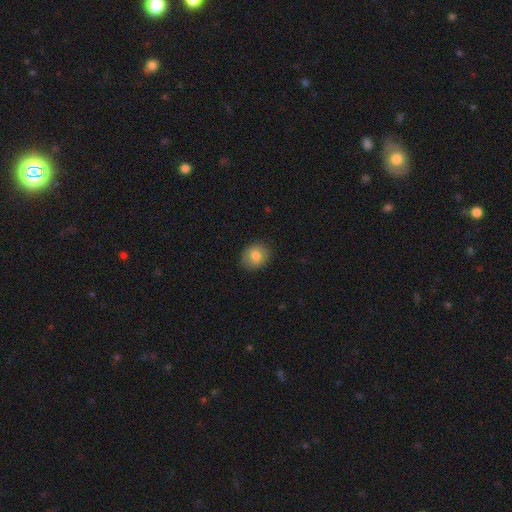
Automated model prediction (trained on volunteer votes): This is clearly a smooth galaxy (80%). How rounded: likely round (65%). Merging: clearly none (85%).